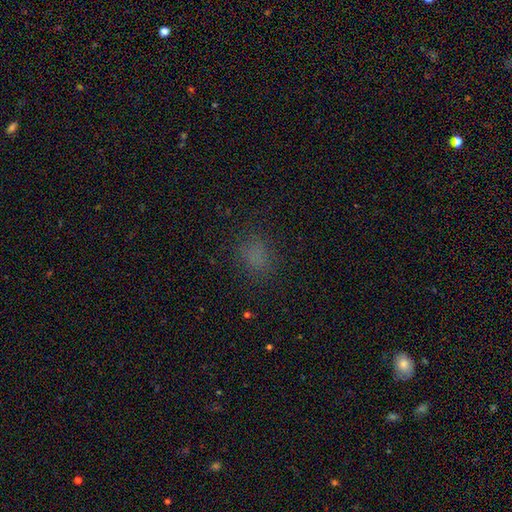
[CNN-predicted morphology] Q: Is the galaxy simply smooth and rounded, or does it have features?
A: smooth — 74%.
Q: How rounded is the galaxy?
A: in between — 51%.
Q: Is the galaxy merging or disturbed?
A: none — 81%.